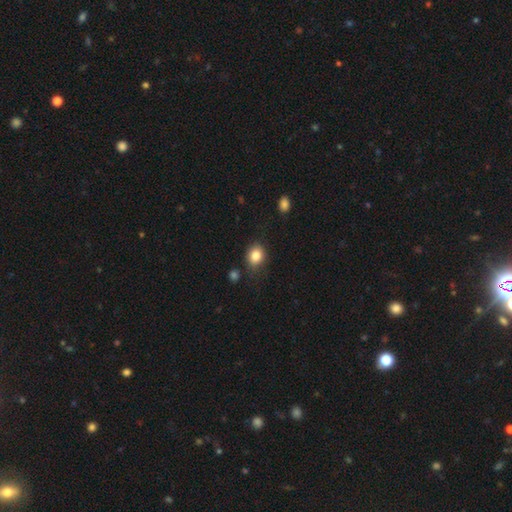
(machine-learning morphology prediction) Overall: smooth (84%). How rounded: round (55%; in between 44%). Merging: none (76%).